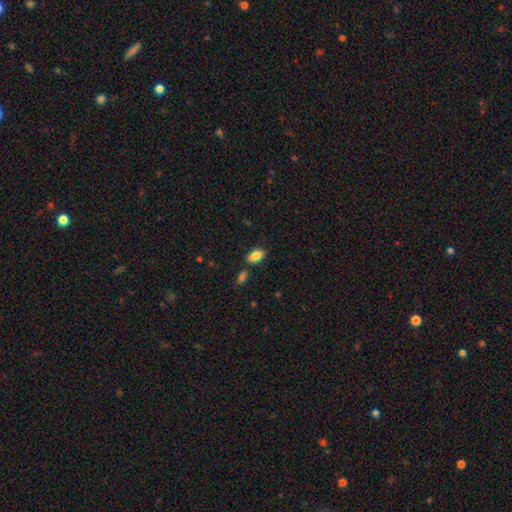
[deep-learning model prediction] smooth_or_featured: smooth (p=0.85) [alt: star or artifact p=0.08]
how_rounded: in between (p=0.92) [alt: round p=0.05]
merging: none (p=0.80) [alt: minor disturbance p=0.11]